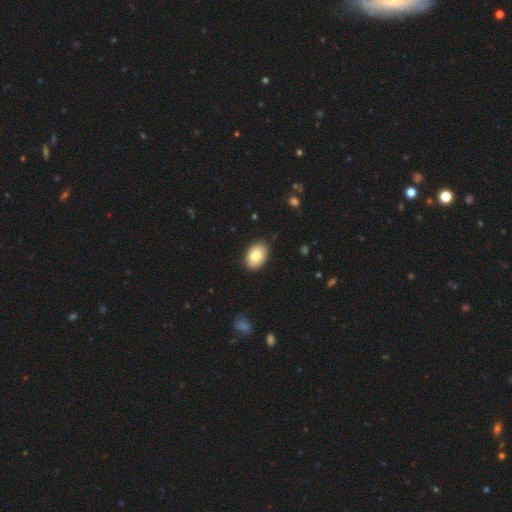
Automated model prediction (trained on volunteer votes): smooth_or_featured: smooth (p=0.82) [alt: featured or disk p=0.11]
how_rounded: in between (p=0.86) [alt: round p=0.13]
merging: none (p=0.88) [alt: minor disturbance p=0.09]